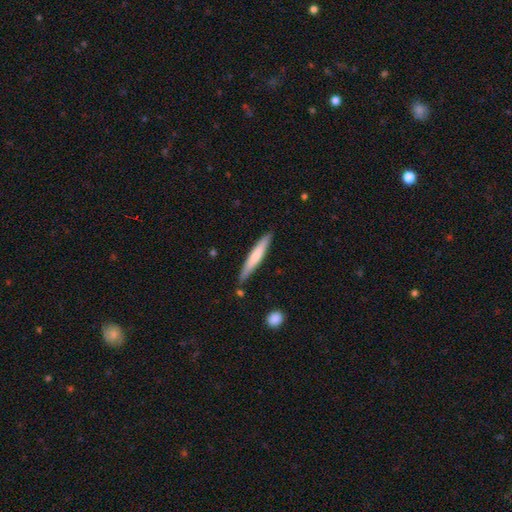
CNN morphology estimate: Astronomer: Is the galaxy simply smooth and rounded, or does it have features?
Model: smooth — 62%.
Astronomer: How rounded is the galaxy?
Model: cigar-shaped — 94%.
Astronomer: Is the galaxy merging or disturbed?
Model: none — 86%.